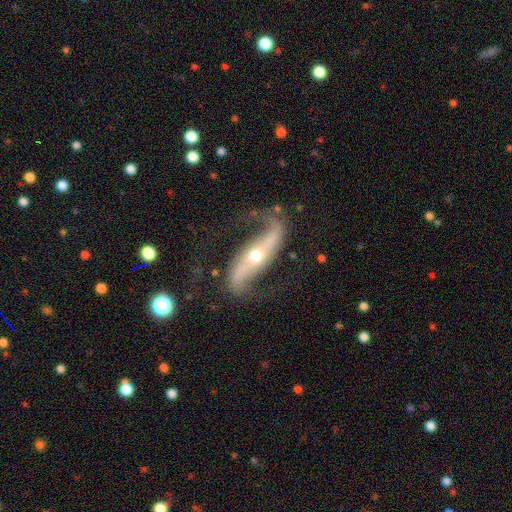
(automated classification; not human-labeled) A featured or disk galaxy (89%) with a strong bar (52%), 2 (93%) loose (69%) spiral arms (96%) and a moderate central bulge (56%). Merging: none (73%).